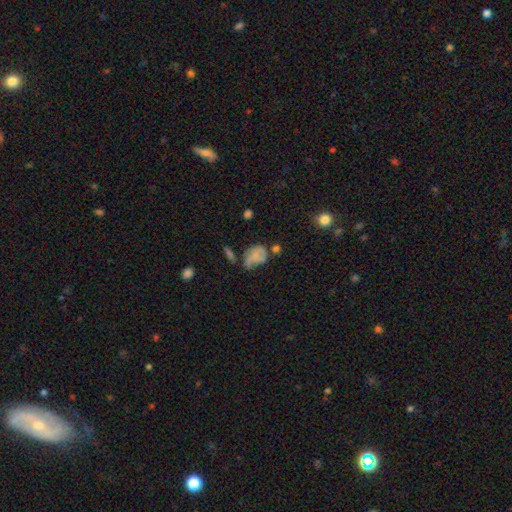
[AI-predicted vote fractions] Q: Smooth or featured?
A: smooth (58%); runner-up: featured or disk (31%)
Q: How rounded?
A: in between (72%); runner-up: round (26%)
Q: Merging?
A: minor disturbance (30%); runner-up: none (28%)